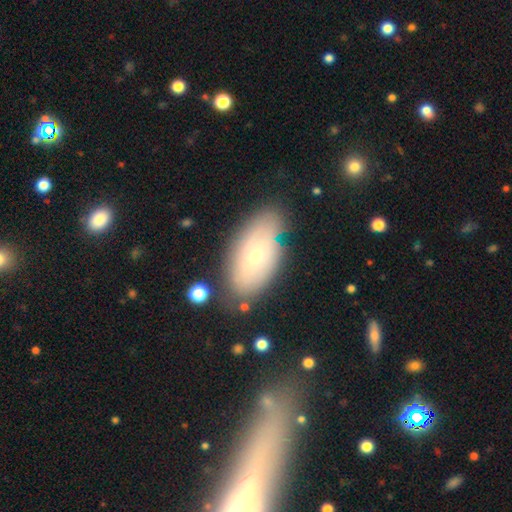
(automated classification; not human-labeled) This appears to be a smooth galaxy with no disk features (56%) that is in between round and cigar-shaped (92%). Merging: none (74%).